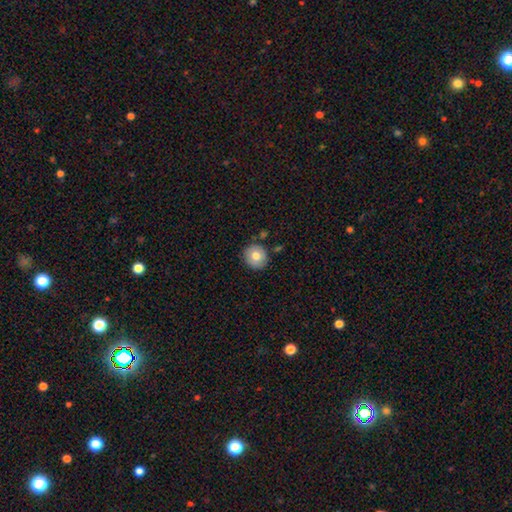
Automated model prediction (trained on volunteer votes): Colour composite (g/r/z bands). It shows a smooth galaxy with no disk features (77%) that is round (90%). Merging: none (85%).